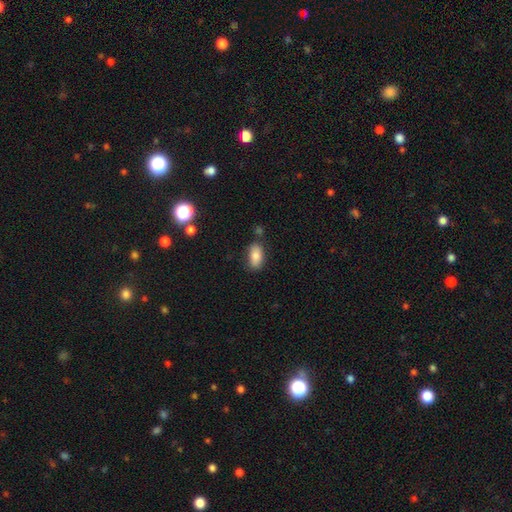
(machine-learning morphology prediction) type=smooth (82%); roundness=in between (91%); merging=none (77%).